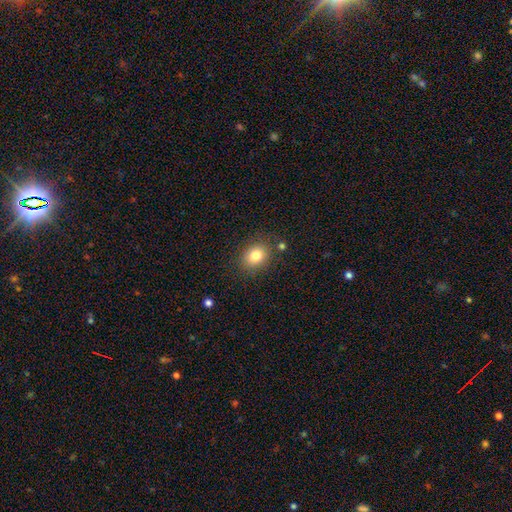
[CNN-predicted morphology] type=smooth (81%); roundness=in between (52%); merging=none (82%).